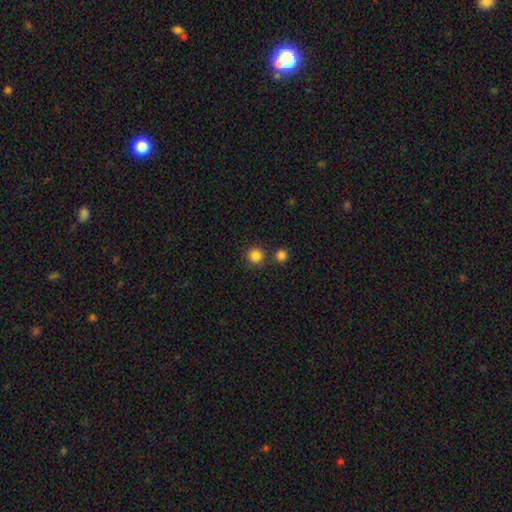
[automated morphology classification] Overall: smooth (84%). How rounded: round (94%). Merging: none (80%).